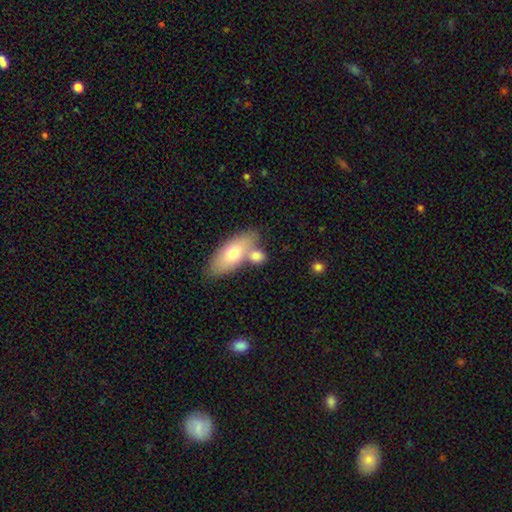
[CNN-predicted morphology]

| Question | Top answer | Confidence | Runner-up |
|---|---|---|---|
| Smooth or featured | smooth | 75% | featured or disk (18%) |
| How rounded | in between | 70% | round (20%) |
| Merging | none | 43% | tied: merger (43%) |